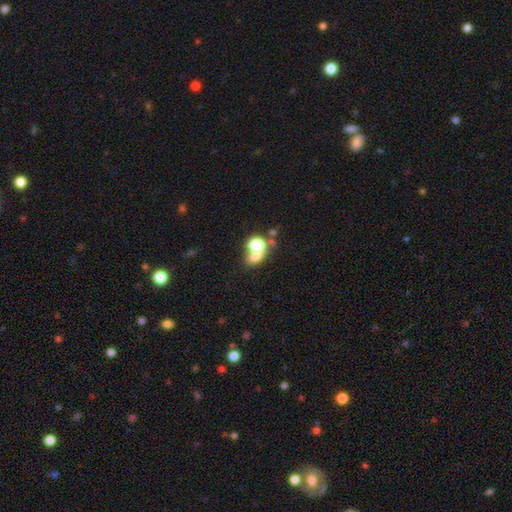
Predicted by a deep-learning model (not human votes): smooth 65%, star or artifact 19%, featured or disk 16%. Down the decision tree: how rounded — round (57%); merging — merger (52%).